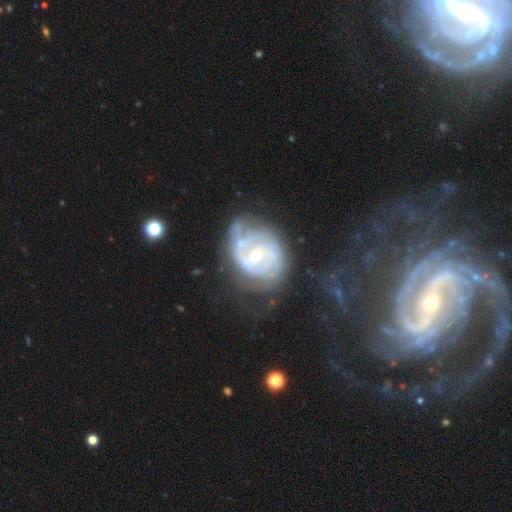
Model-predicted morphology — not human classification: This appears to be a featured or disk galaxy (85%) with no bar (60%), 2 (35%) tight (60%) spiral arms (91%) and a small central bulge (59%). Merging: none (48%).